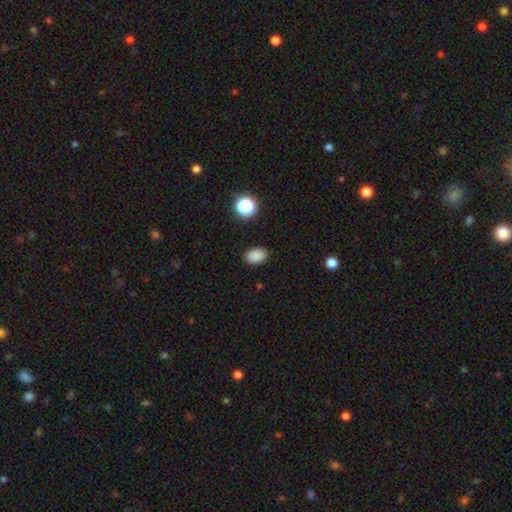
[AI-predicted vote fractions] Q: Smooth or featured?
A: smooth (86%); runner-up: star or artifact (11%)
Q: How rounded?
A: in between (78%); runner-up: round (21%)
Q: Merging?
A: none (88%); runner-up: minor disturbance (9%)